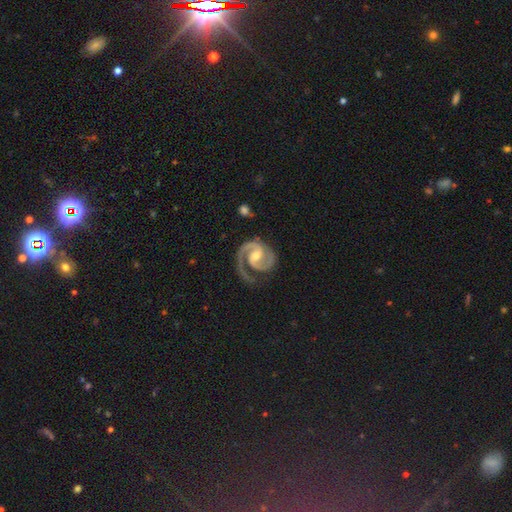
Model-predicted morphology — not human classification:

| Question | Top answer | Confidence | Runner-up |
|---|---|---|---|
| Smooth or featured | featured or disk | 93% | smooth (4%) |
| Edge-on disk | no | 98% | yes (2%) |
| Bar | weak | 49% | no (30%) |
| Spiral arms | yes | 98% | no (2%) |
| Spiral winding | tight | 47% | medium (46%) |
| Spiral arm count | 2 | 86% | 1 (7%) |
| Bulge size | moderate | 60% | small (34%) |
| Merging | none | 71% | minor disturbance (18%) |